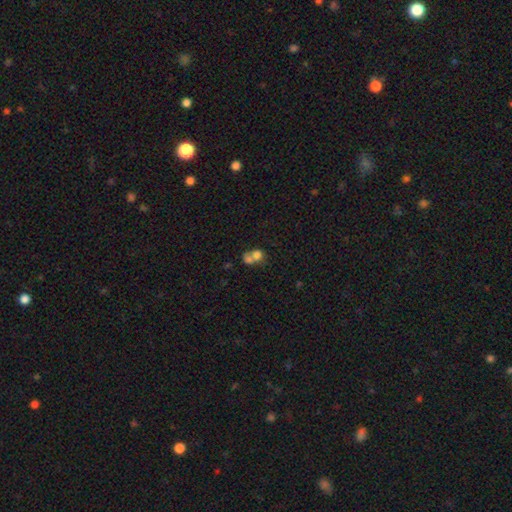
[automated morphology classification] Smooth or featured?
  - smooth: 72% *
  - featured or disk: 17%
  - star or artifact: 11%
How rounded?
  - round: 63% *
  - in between: 36%
  - cigar-shaped: 1%
Merging?
  - merger: 68% *
  - none: 21%
  - minor disturbance: 6%
  - major disturbance: 5%